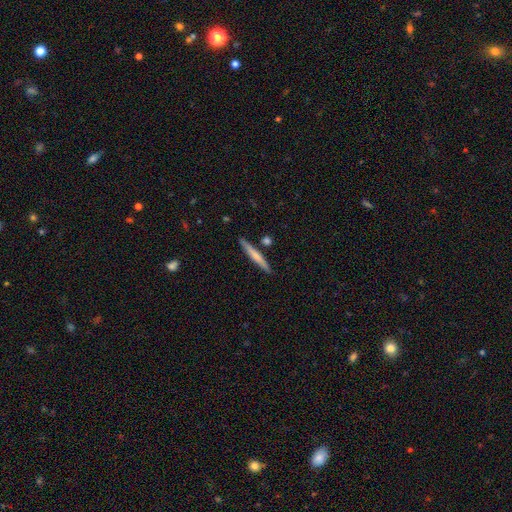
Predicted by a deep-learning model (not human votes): A smooth galaxy with no disk features (55%) that is cigar-shaped (96%).

Vote fractions:
- Smooth or featured? smooth: 55% / featured or disk: 39% / star or artifact: 6%
- How rounded? cigar-shaped: 96% / in between: 3% / round: 1%
- Merging? none: 87% / minor disturbance: 8% / merger: 4% / major disturbance: 2%